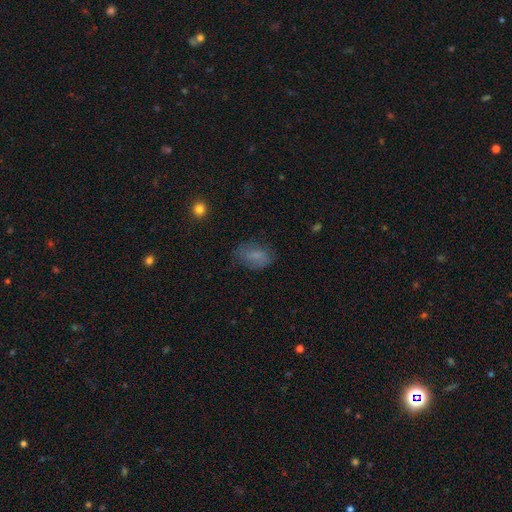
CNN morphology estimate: Smooth or featured? Predicted: smooth (p=0.72). How rounded? Predicted: in between (p=0.87). Merging? Predicted: none (p=0.64).